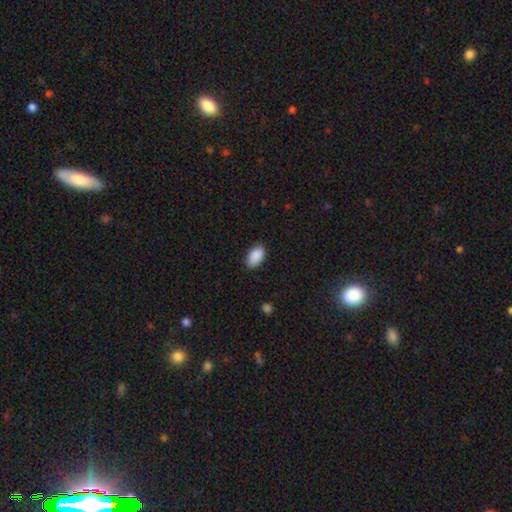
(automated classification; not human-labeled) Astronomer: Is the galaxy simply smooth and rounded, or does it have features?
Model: smooth — 90%.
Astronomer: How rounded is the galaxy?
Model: in between — 94%.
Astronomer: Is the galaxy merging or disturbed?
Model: none — 86%.